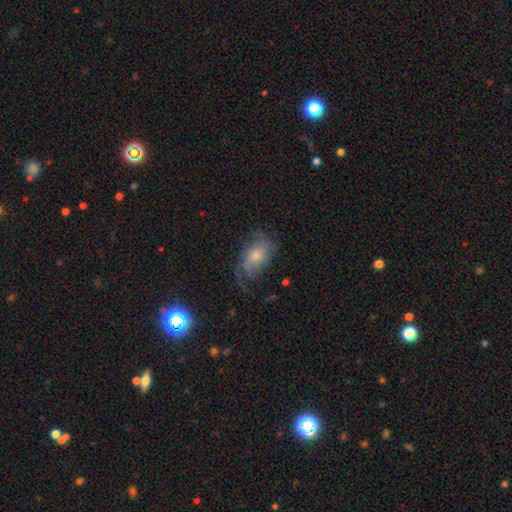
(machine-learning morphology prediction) featured or disk 56%, smooth 31%, star or artifact 13%. Down the decision tree: edge-on disk — no (94%); bar — no (71%); spiral arms — yes (85%); bulge size — moderate (42%, tied with small); merging — none (55%).